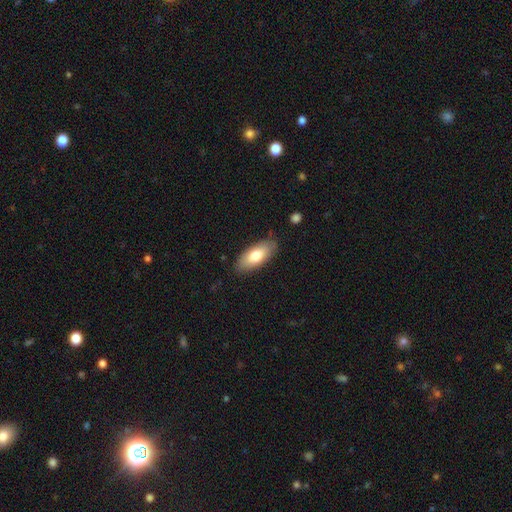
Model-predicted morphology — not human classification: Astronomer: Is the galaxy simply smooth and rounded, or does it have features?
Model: smooth — 74%.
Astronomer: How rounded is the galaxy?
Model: in between — 82%.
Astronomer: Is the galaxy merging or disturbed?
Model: none — 84%.